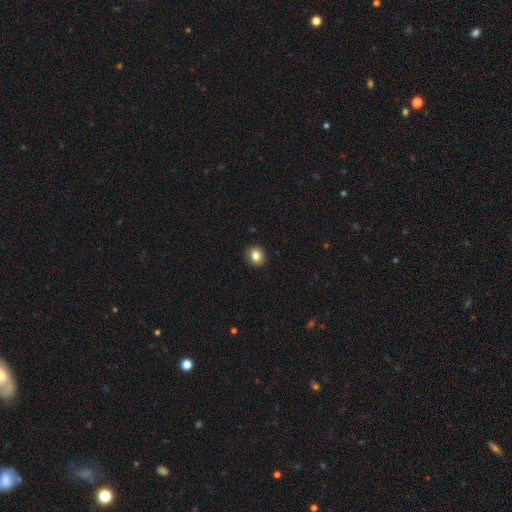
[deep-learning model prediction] This appears to be a smooth galaxy with no disk features (83%) that is round (82%). Merging: none (91%).